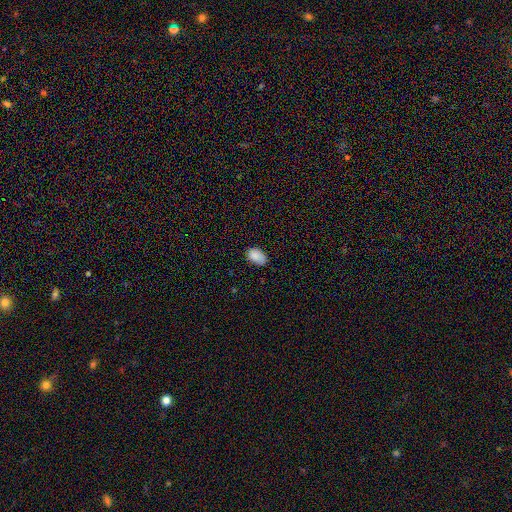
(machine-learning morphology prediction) Smooth or featured? Predicted: smooth (p=0.86). How rounded? Predicted: in between (p=0.87). Merging? Predicted: none (p=0.68).